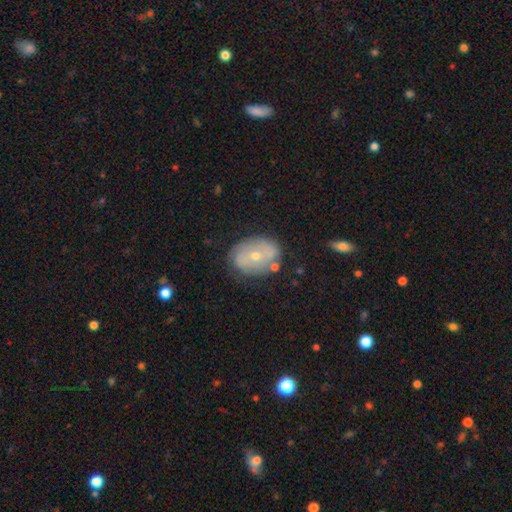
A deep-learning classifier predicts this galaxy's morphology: type=featured or disk (49%); merging=none (73%).